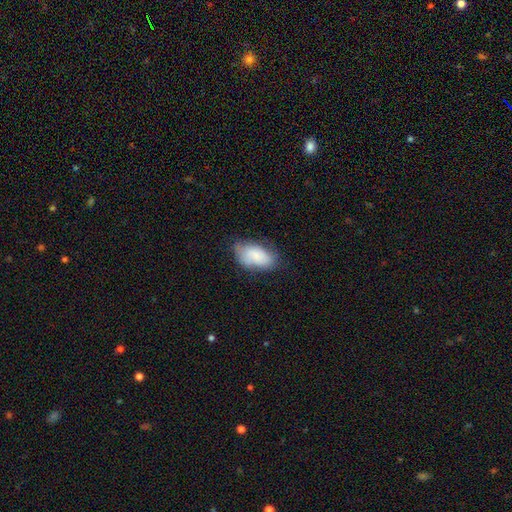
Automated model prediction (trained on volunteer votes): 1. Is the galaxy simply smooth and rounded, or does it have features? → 75% smooth, 17% featured or disk, 7% star or artifact.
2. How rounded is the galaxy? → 93% in between, 4% round, 2% cigar-shaped.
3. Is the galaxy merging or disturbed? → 56% none, 31% minor disturbance, 10% major disturbance, 3% merger.